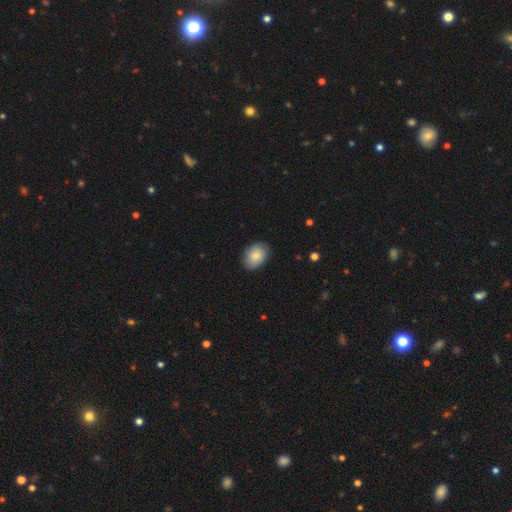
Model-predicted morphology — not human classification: Smooth or featured? smooth (73%)
How rounded? in between (75%)
Merging? none (80%)